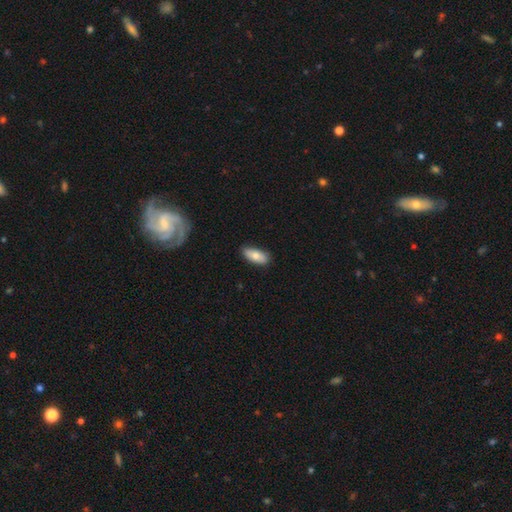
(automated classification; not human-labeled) Q: Smooth or featured?
A: smooth (77%); runner-up: featured or disk (17%)
Q: How rounded?
A: in between (87%); runner-up: cigar-shaped (10%)
Q: Merging?
A: none (84%); runner-up: minor disturbance (13%)